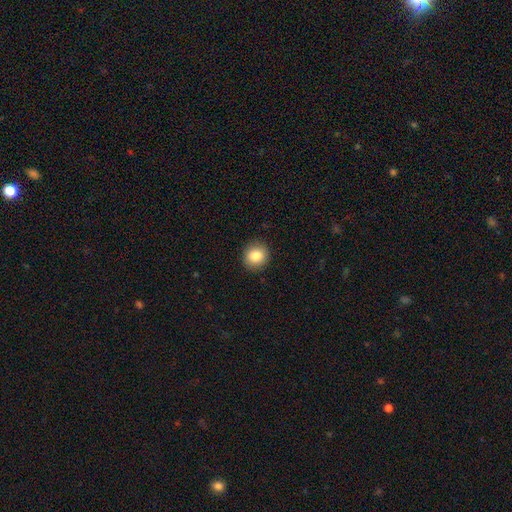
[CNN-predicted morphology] type=smooth (83%); roundness=round (88%); merging=none (91%).